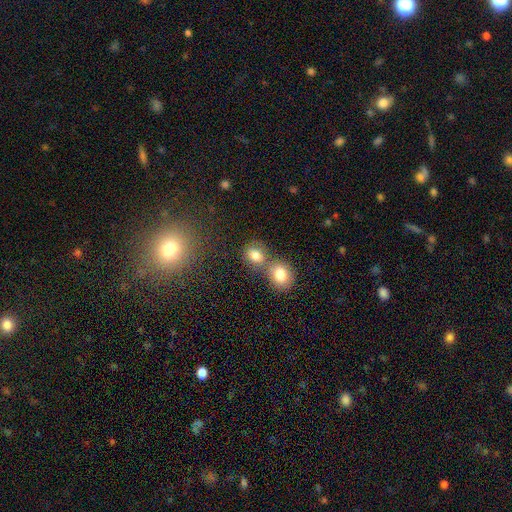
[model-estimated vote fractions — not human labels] smooth 78%, star or artifact 13%, featured or disk 9%. Down the decision tree: how rounded — round (62%); merging — none (46%).